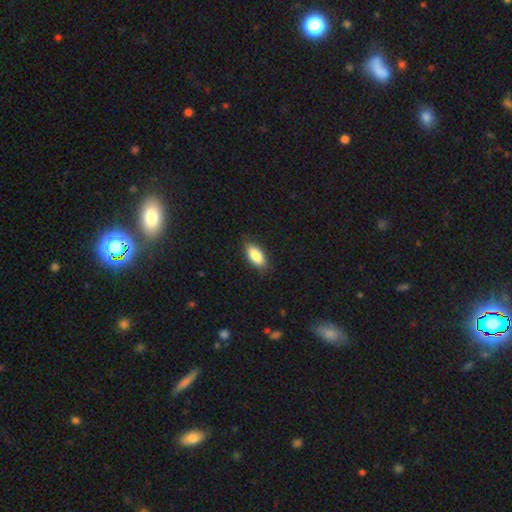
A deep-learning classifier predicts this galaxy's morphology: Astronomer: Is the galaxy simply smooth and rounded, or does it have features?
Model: smooth — 86%.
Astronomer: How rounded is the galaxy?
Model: in between — 89%.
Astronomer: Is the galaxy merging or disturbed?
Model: none — 85%.